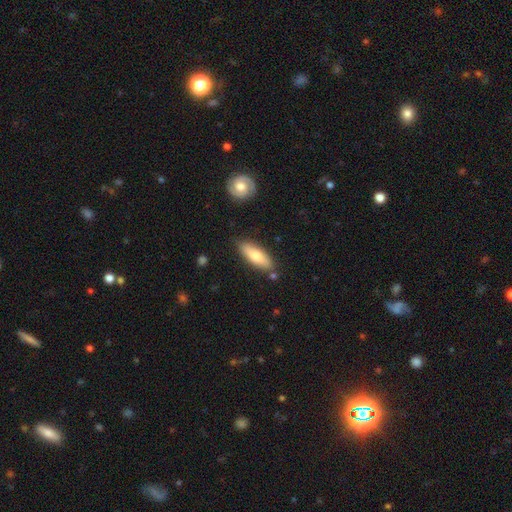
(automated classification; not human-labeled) Smooth or featured? Predicted: smooth (p=0.75). How rounded? Predicted: in between (p=0.59). Merging? Predicted: none (p=0.81).